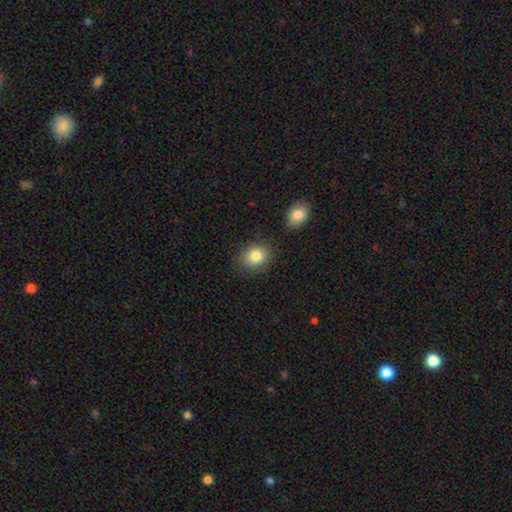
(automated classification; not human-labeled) smooth-or-featured: smooth: 85% | star or artifact: 9% | featured or disk: 6%
  how-rounded: round: 67% | in between: 32% | cigar-shaped: 1%
  merging: none: 82% | minor disturbance: 10% | merger: 4% | major disturbance: 3%